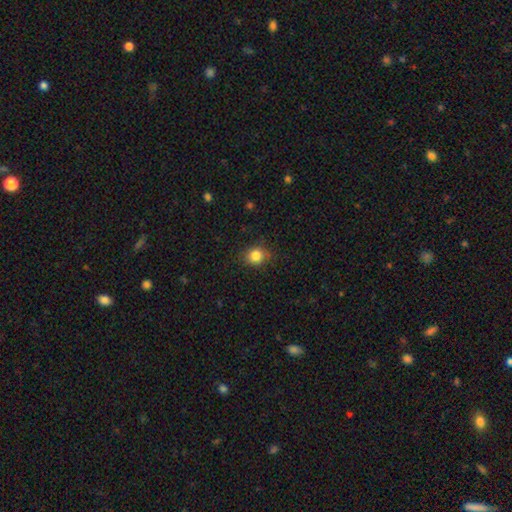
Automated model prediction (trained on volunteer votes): smooth 84%, star or artifact 11%, featured or disk 5%. Down the decision tree: how rounded — round (78%); merging — none (83%).